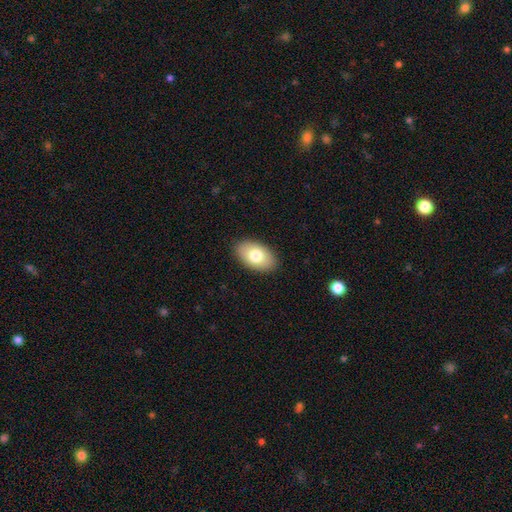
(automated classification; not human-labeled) A smooth galaxy with no disk features (77%) that is in between round and cigar-shaped (93%).

Vote fractions:
- Smooth or featured? smooth: 77% / featured or disk: 17% / star or artifact: 7%
- How rounded? in between: 93% / round: 6% / cigar-shaped: 1%
- Merging? none: 89% / minor disturbance: 8% / major disturbance: 2% / merger: 1%